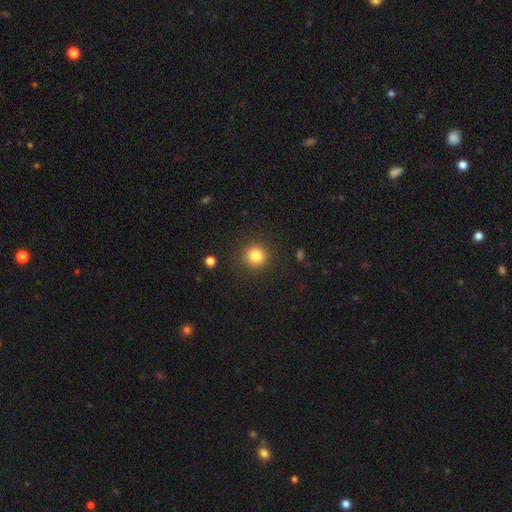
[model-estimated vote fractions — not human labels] Overall: smooth (83%). How rounded: round (93%). Merging: none (89%).